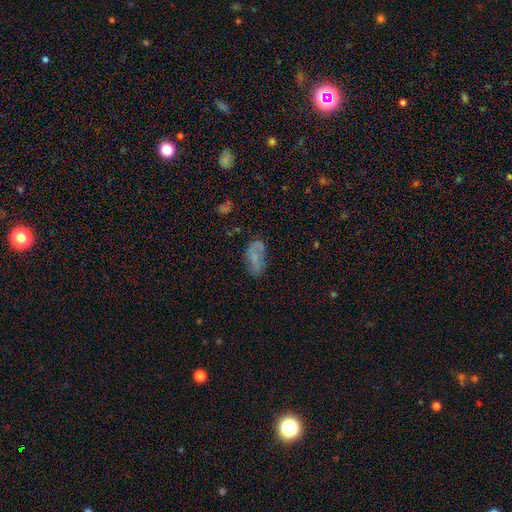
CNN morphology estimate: This appears to be a smooth galaxy with no disk features (56%) that is in between round and cigar-shaped (90%). Merging: none (58%).